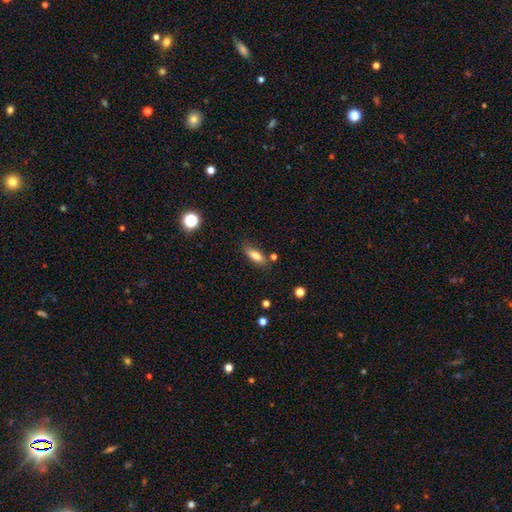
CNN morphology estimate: Smooth or featured? smooth (77%)
How rounded? in between (66%)
Merging? none (78%)